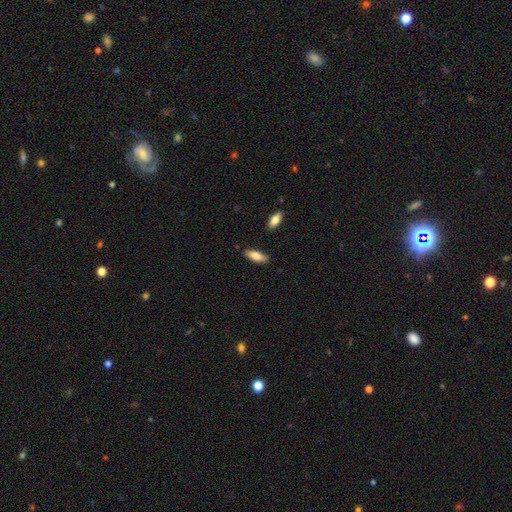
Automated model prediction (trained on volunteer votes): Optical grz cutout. It shows a smooth galaxy with no disk features (78%) that is in between round and cigar-shaped (62%). Merging: none (86%).